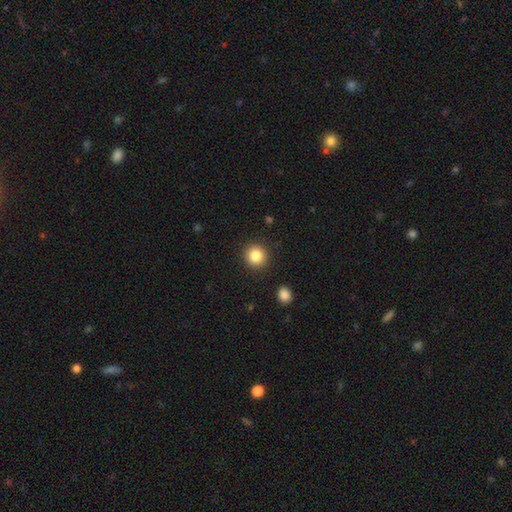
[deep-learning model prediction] The model was most divided on "smooth or featured": smooth: 85%, star or artifact: 10%, featured or disk: 6%. More confident: how rounded — round (92%); merging — none (91%).